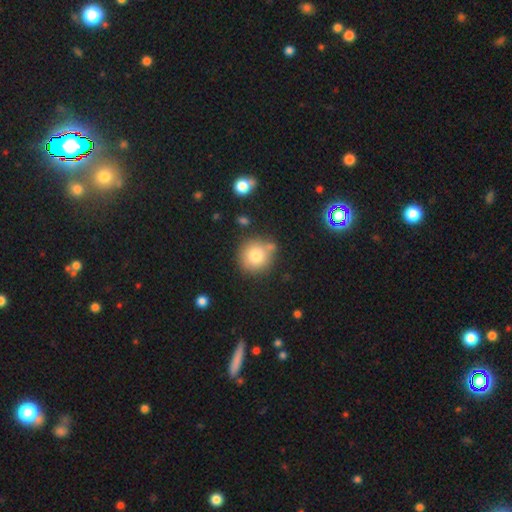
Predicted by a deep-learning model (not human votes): smooth_or_featured: smooth (p=0.79) [alt: featured or disk p=0.11]
how_rounded: round (p=0.91) [alt: in between p=0.08]
merging: none (p=0.72) [alt: minor disturbance p=0.13]